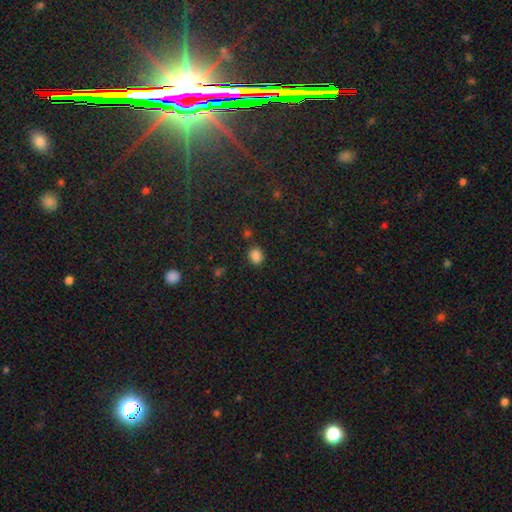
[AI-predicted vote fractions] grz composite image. It shows a smooth galaxy with no disk features (83%) that is round (54%). Merging: none (79%).